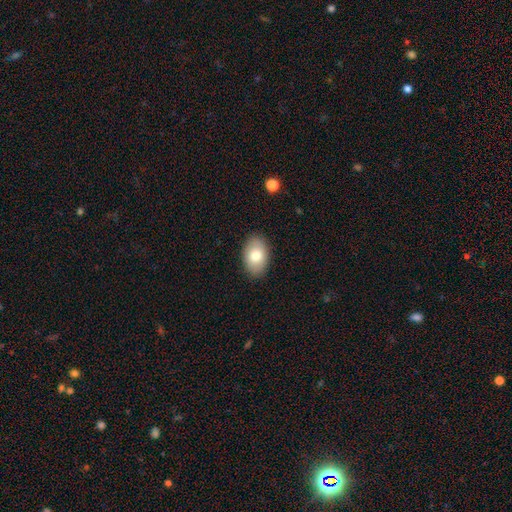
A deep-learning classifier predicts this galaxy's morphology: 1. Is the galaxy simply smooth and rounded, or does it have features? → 79% smooth, 14% featured or disk, 7% star or artifact.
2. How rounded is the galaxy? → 89% in between, 10% round, 1% cigar-shaped.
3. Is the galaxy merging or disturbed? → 88% none, 9% minor disturbance, 2% major disturbance, 1% merger.